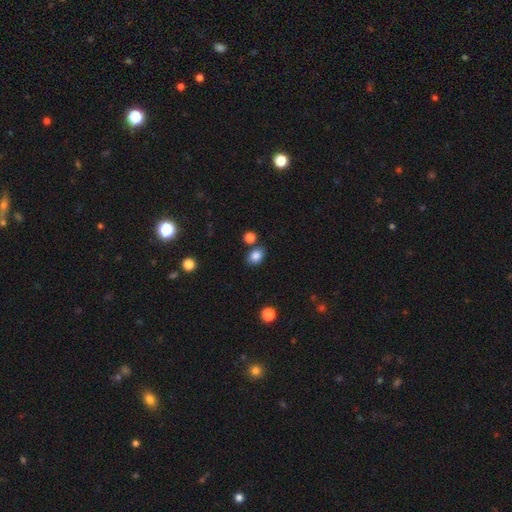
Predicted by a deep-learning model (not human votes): A smooth galaxy with no disk features (85%) that is in between round and cigar-shaped (66%). Merging: none (78%).